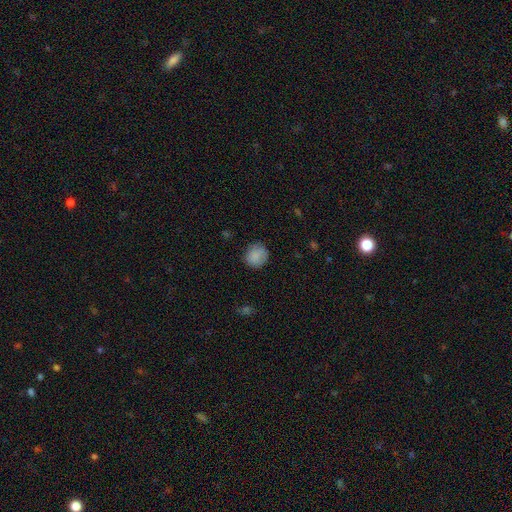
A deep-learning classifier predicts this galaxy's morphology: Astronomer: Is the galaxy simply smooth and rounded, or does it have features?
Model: smooth — 86%.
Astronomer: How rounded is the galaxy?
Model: round — 83%.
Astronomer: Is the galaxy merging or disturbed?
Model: none — 81%.